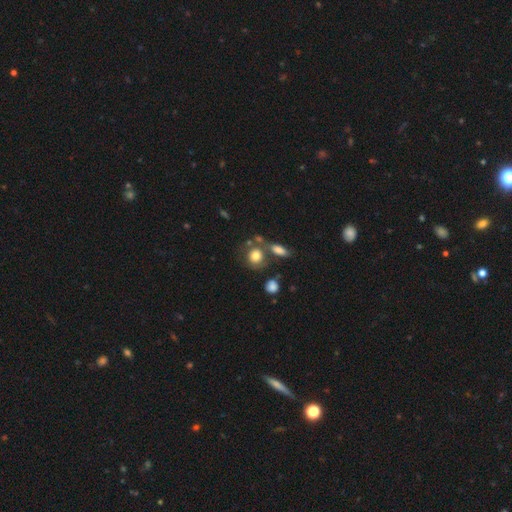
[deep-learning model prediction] Morphology: type=smooth (77%); roundness=round (74%); merging=none (55%).